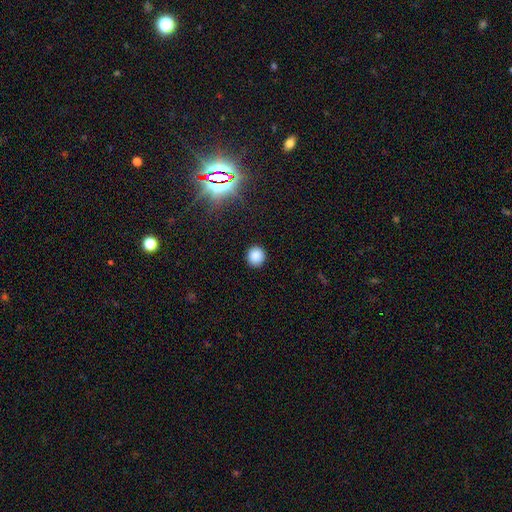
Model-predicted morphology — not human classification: smooth_or_featured: smooth (p=0.85) [alt: star or artifact p=0.12]
how_rounded: round (p=0.92) [alt: in between p=0.07]
merging: none (p=0.91) [alt: minor disturbance p=0.06]